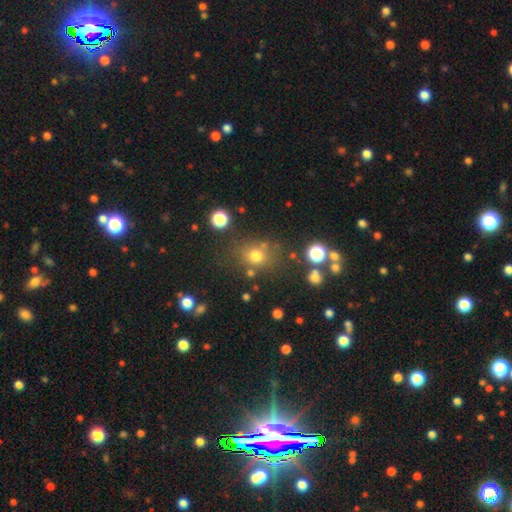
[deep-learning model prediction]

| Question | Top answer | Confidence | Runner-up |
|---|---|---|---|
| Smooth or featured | smooth | 73% | star or artifact (18%) |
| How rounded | round | 71% | in between (28%) |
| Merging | none | 73% | minor disturbance (13%) |